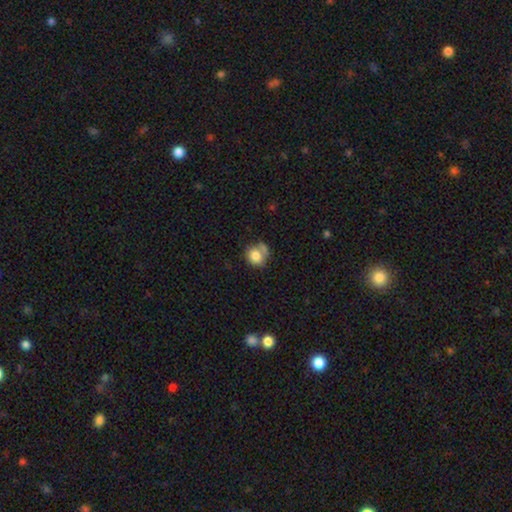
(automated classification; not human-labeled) The model was most divided on "merging": none: 50%, merger: 23%, minor disturbance: 18%, major disturbance: 9%. More confident: smooth or featured — smooth (80%); how rounded — round (78%).